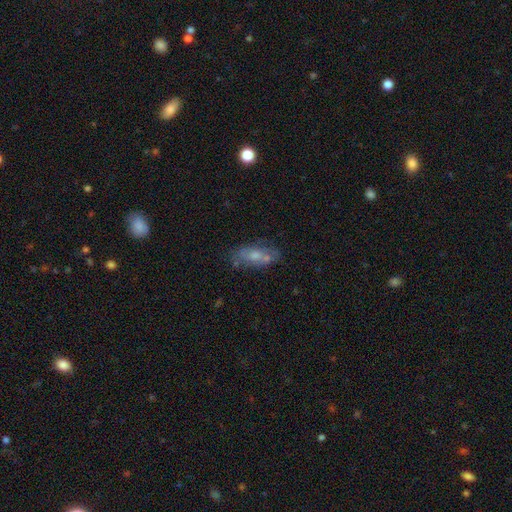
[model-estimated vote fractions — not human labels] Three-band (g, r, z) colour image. It shows a smooth galaxy with no disk features (48%). Merging: none (59%).